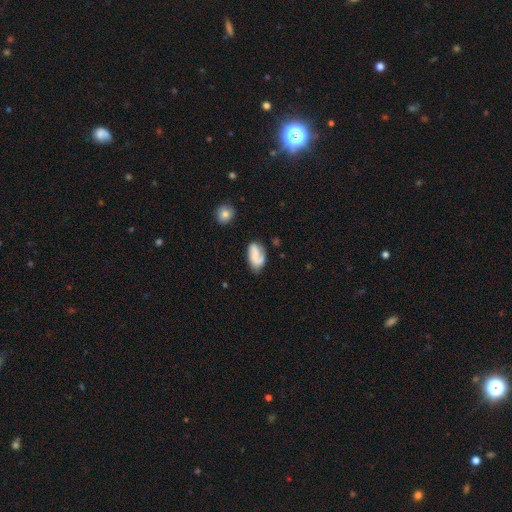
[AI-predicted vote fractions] Smooth or featured? smooth (57%)
How rounded? in between (91%)
Merging? none (59%)